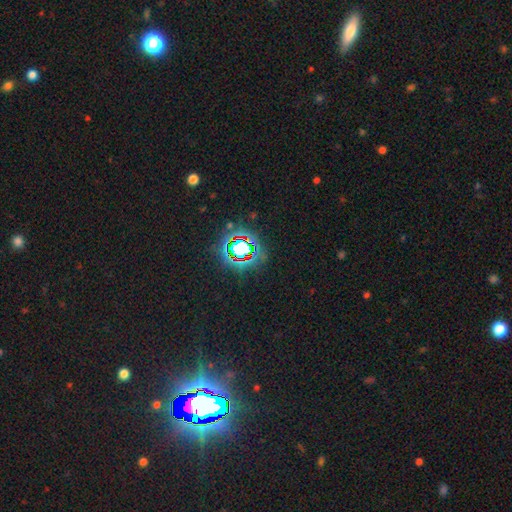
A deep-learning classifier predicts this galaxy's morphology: type=star or artifact (80%).